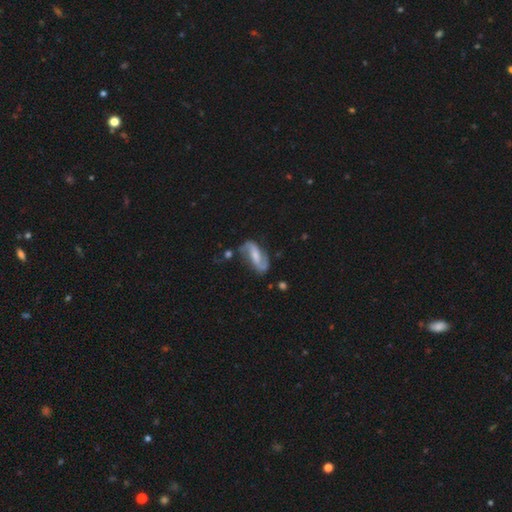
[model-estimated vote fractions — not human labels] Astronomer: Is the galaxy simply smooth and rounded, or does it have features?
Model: featured or disk — 79%.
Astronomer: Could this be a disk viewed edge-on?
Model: no — 95%.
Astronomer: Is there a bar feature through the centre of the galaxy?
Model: weak — 41% (runner-up: strong, 30%).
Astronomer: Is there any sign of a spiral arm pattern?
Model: yes — 94%.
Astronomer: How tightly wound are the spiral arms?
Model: loose — 53% (runner-up: medium, 35%).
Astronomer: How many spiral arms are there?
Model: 2 — 90%.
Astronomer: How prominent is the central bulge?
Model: moderate — 36% (runner-up: small, 34%).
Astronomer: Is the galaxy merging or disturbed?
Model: none — 59%.